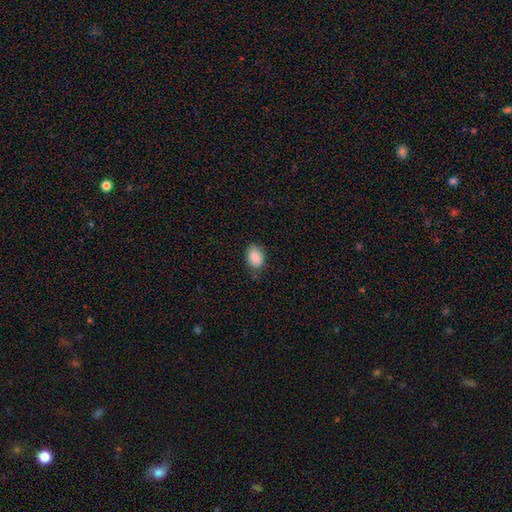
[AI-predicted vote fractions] Q: Smooth or featured?
A: smooth (89%); runner-up: star or artifact (8%)
Q: How rounded?
A: in between (78%); runner-up: round (21%)
Q: Merging?
A: none (79%); runner-up: minor disturbance (16%)